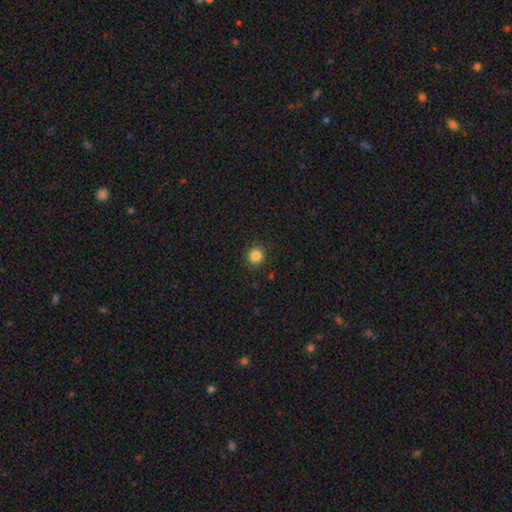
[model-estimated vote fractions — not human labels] Overall: smooth (85%). How rounded: round (94%). Merging: none (91%).